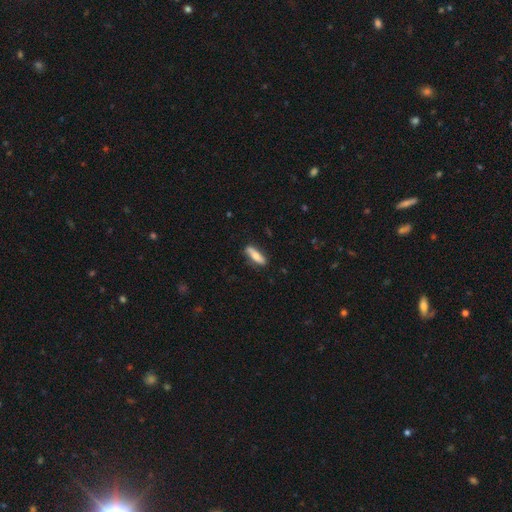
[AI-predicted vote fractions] Q: Smooth or featured?
A: smooth (65%); runner-up: featured or disk (29%)
Q: How rounded?
A: cigar-shaped (57%); runner-up: in between (40%)
Q: Merging?
A: none (79%); runner-up: minor disturbance (16%)